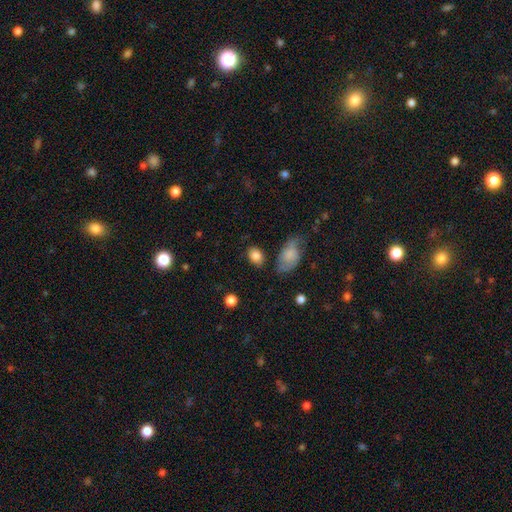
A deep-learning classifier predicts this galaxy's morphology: The model was most divided on "how rounded": in between: 72%, round: 26%, cigar-shaped: 2%. More confident: smooth or featured — smooth (84%); merging — none (73%).